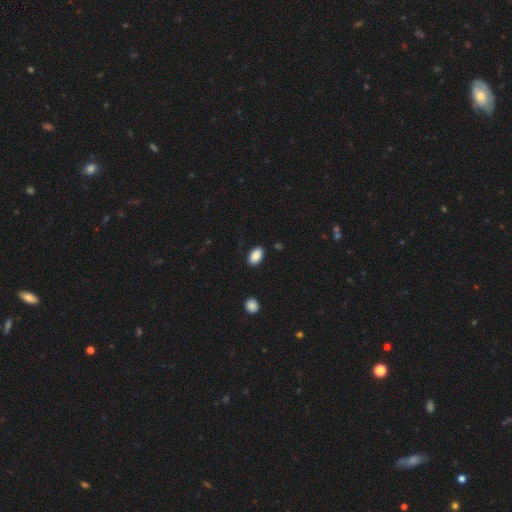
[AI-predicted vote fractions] smooth-or-featured: smooth: 89% | star or artifact: 8% | featured or disk: 4%
  how-rounded: in between: 92% | round: 6% | cigar-shaped: 2%
  merging: none: 87% | minor disturbance: 9% | major disturbance: 2% | merger: 1%